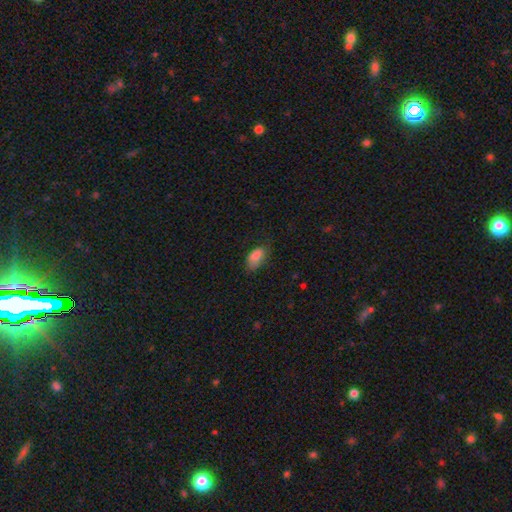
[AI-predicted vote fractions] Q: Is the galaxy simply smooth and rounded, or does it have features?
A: smooth — 84%.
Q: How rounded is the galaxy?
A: in between — 92%.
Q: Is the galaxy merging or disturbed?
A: none — 60%.